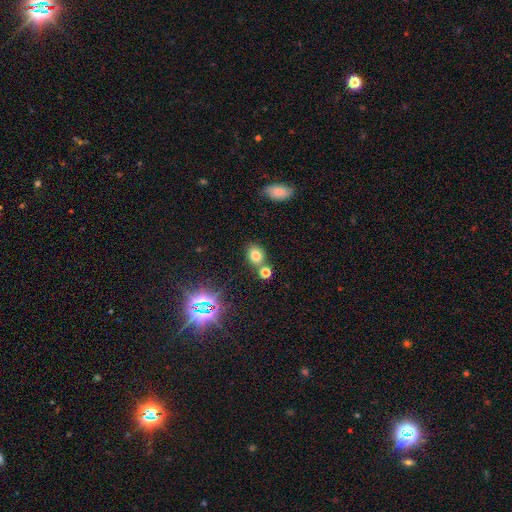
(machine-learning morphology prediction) smooth 74%, star or artifact 17%, featured or disk 8%. Down the decision tree: how rounded — round (51%); merging — none (59%).